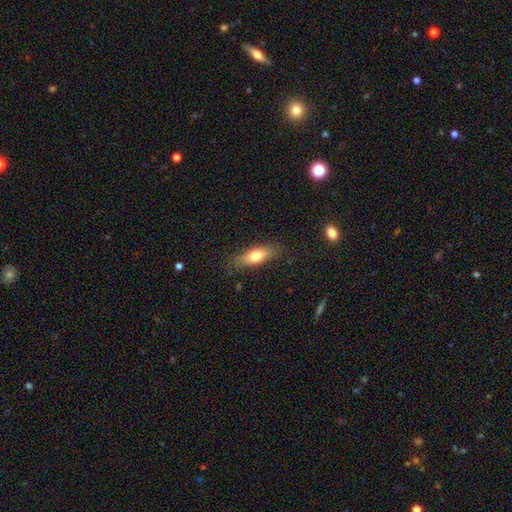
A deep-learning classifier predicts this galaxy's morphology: Q: Smooth or featured?
A: smooth (69%); runner-up: featured or disk (23%)
Q: How rounded?
A: in between (64%); runner-up: cigar-shaped (32%)
Q: Merging?
A: none (81%); runner-up: minor disturbance (14%)